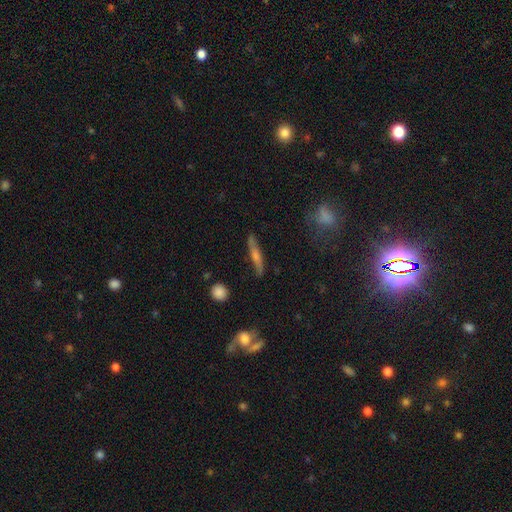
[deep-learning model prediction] This appears to be a featured or disk galaxy (55%) viewed edge-on (83%). Merging: none (79%).